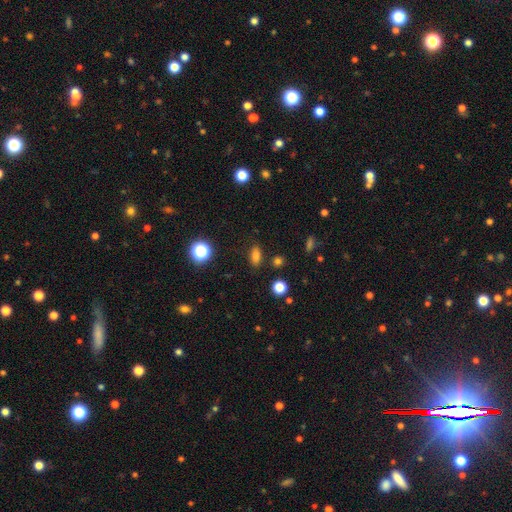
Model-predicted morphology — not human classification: This appears to be a smooth galaxy with no disk features (78%) that is in between round and cigar-shaped (81%). Merging: none (85%).